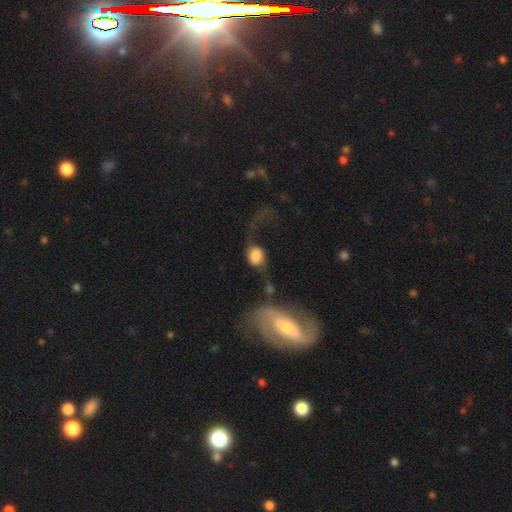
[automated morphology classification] Smooth or featured: smooth — 49% (featured or disk — 42%)
Merging: major disturbance — 37% (merger — 30%)